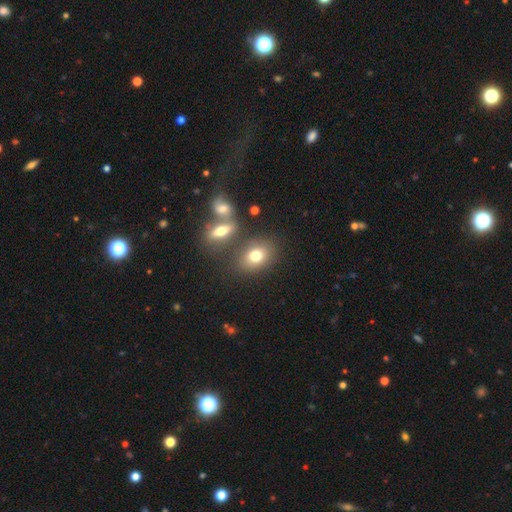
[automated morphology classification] type=smooth (75%); roundness=in between (65%); merging=none (68%).